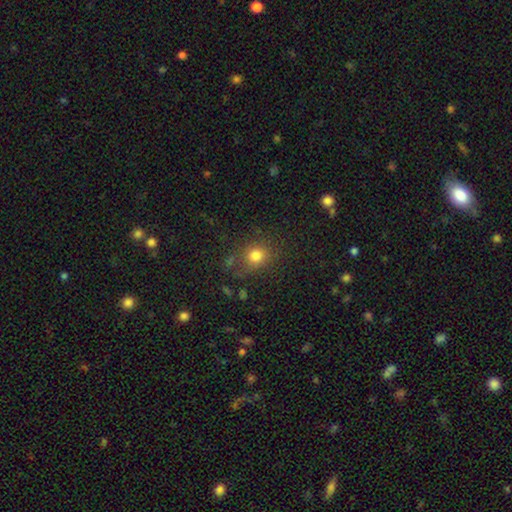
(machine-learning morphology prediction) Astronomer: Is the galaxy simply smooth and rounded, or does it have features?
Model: smooth — 79%.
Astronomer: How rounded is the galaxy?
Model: round — 79%.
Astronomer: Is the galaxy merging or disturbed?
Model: none — 75%.